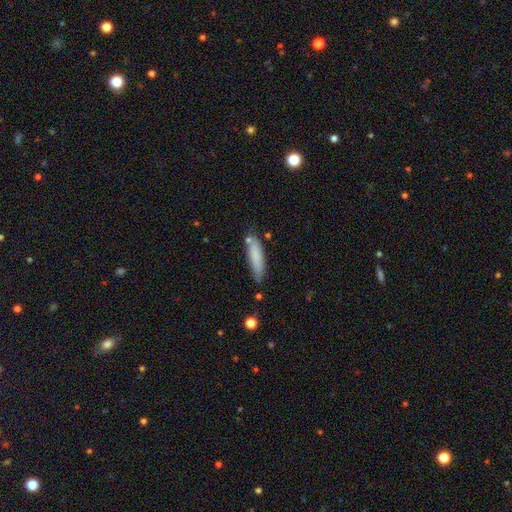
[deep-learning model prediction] Smooth or featured: smooth — 80% (featured or disk — 13%)
How rounded: cigar-shaped — 68% (in between — 30%)
Merging: none — 71% (minor disturbance — 19%)